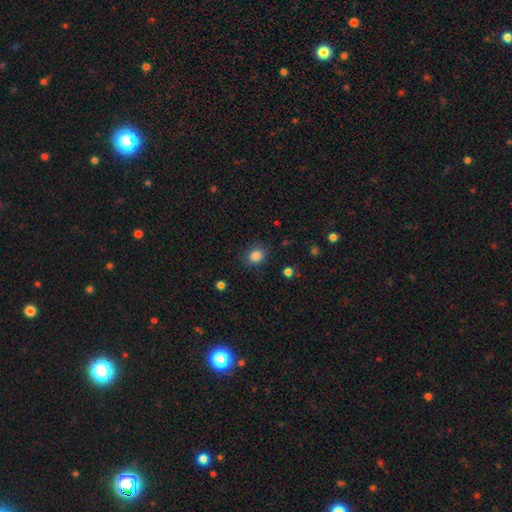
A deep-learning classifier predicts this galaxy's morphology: Q: Smooth or featured?
A: smooth (85%); runner-up: star or artifact (11%)
Q: How rounded?
A: round (66%); runner-up: in between (33%)
Q: Merging?
A: none (82%); runner-up: minor disturbance (13%)